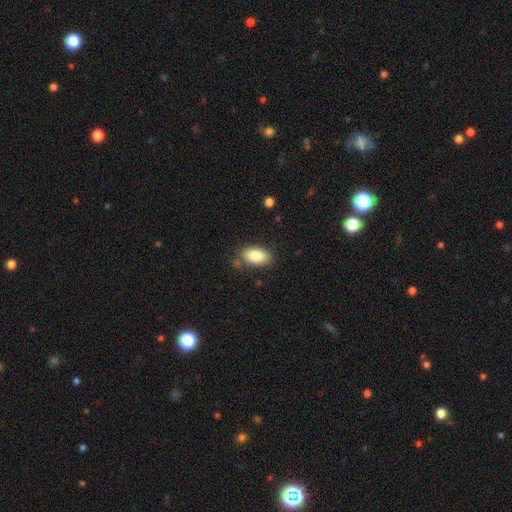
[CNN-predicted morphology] smooth-or-featured: smooth: 85% | featured or disk: 8% | star or artifact: 7%
  how-rounded: in between: 91% | round: 6% | cigar-shaped: 2%
  merging: none: 78% | minor disturbance: 15% | merger: 4% | major disturbance: 3%